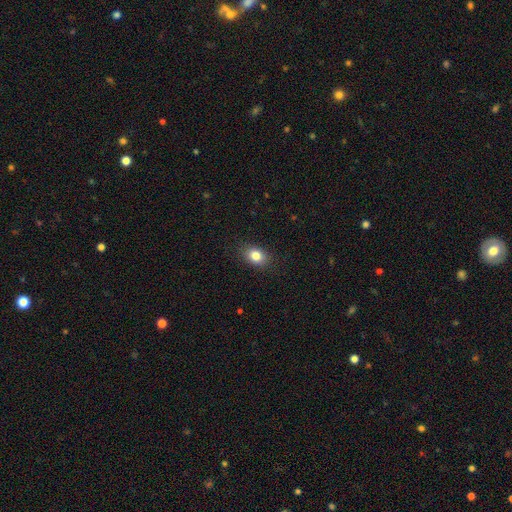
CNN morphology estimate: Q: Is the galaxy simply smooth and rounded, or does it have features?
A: smooth — 83%.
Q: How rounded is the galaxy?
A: in between — 67%.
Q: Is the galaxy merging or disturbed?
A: none — 87%.